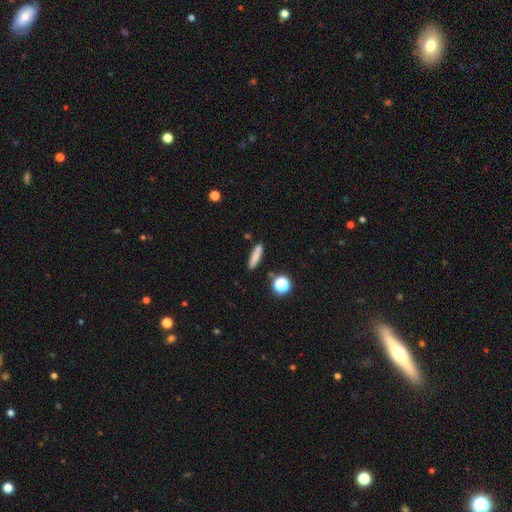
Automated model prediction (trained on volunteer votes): A smooth galaxy with no disk features (78%) that is cigar-shaped (76%).

Vote fractions:
- Smooth or featured? smooth: 78% / featured or disk: 12% / star or artifact: 10%
- How rounded? cigar-shaped: 76% / in between: 19% / round: 5%
- Merging? none: 83% / minor disturbance: 10% / merger: 4% / major disturbance: 2%